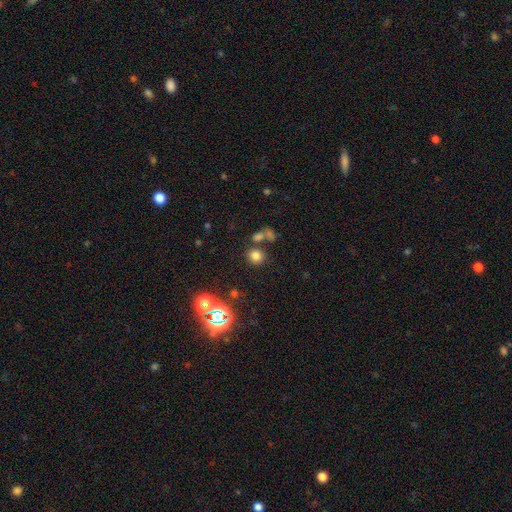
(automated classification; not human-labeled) Smooth or featured?
  - smooth: 74% *
  - star or artifact: 20%
  - featured or disk: 7%
How rounded?
  - round: 87% *
  - in between: 12%
  - cigar-shaped: 1%
Merging?
  - none: 73% *
  - merger: 14%
  - minor disturbance: 8%
  - major disturbance: 4%